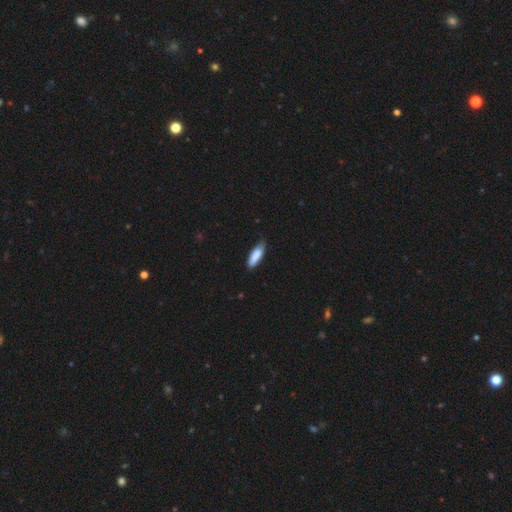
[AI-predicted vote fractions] Q: Smooth or featured?
A: smooth (86%); runner-up: featured or disk (8%)
Q: How rounded?
A: in between (50%); runner-up: cigar-shaped (48%)
Q: Merging?
A: none (71%); runner-up: minor disturbance (24%)